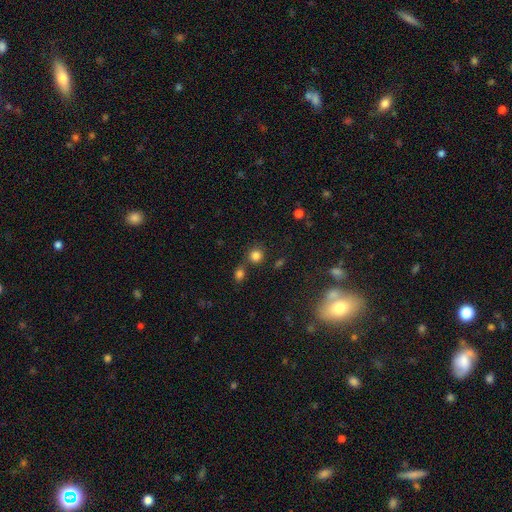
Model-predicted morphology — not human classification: Smooth or featured: smooth — 80% (star or artifact — 14%)
How rounded: round — 89% (in between — 10%)
Merging: none — 70% (merger — 17%)